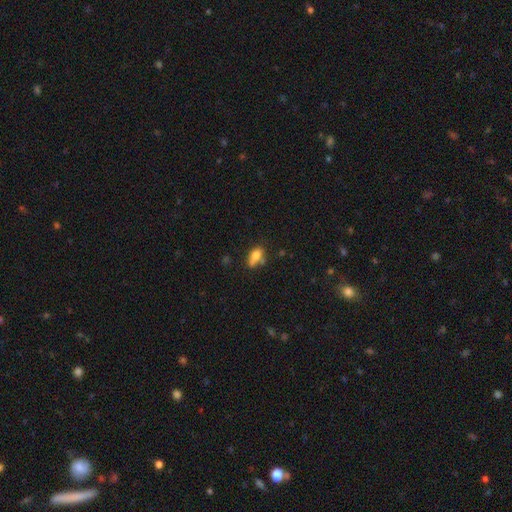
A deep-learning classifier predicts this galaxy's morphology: smooth-or-featured: smooth: 75% | featured or disk: 16% | star or artifact: 10%
  how-rounded: in between: 82% | round: 10% | cigar-shaped: 8%
  merging: none: 45% | minor disturbance: 25% | merger: 20% | major disturbance: 10%